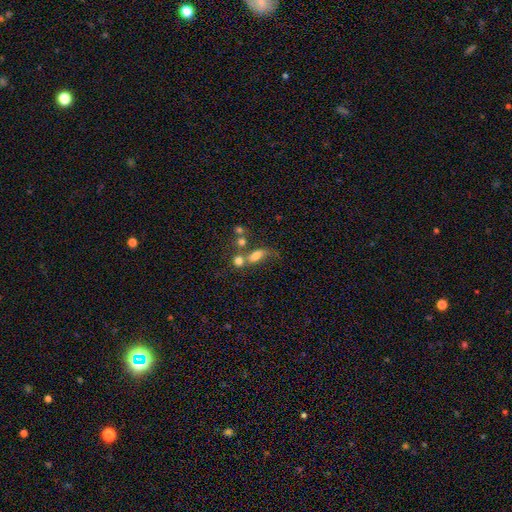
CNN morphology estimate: smooth-or-featured: smooth: 69% | featured or disk: 18% | star or artifact: 14%
  how-rounded: in between: 65% | round: 22% | cigar-shaped: 13%
  merging: merger: 43% | none: 31% | minor disturbance: 13% | major disturbance: 13%